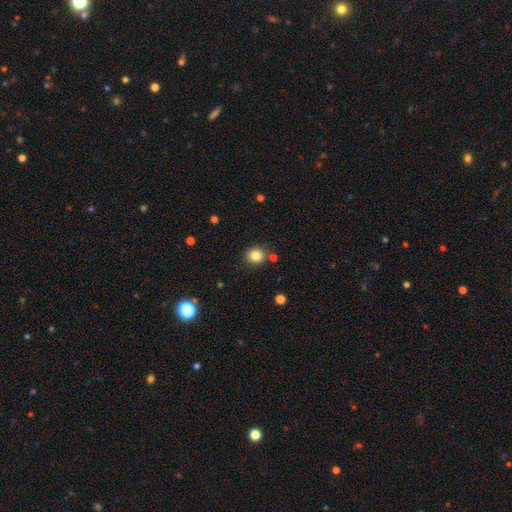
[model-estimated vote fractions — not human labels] A smooth galaxy with no disk features (83%) that is round (81%). Merging: none (83%).